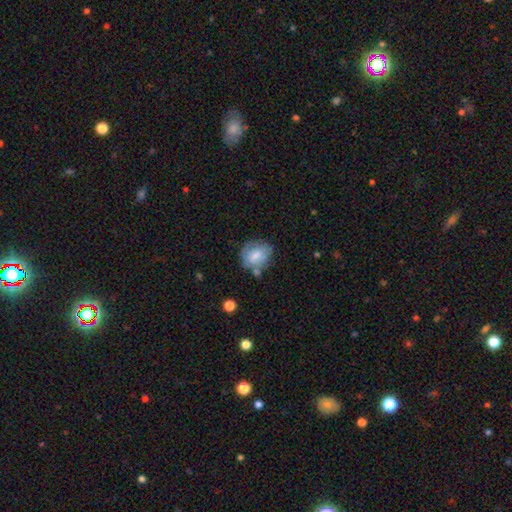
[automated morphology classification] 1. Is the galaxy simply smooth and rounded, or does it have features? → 65% smooth, 28% featured or disk, 8% star or artifact.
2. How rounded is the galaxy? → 53% round, 46% in between, 1% cigar-shaped.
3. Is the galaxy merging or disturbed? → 52% none, 26% minor disturbance, 12% merger, 10% major disturbance.